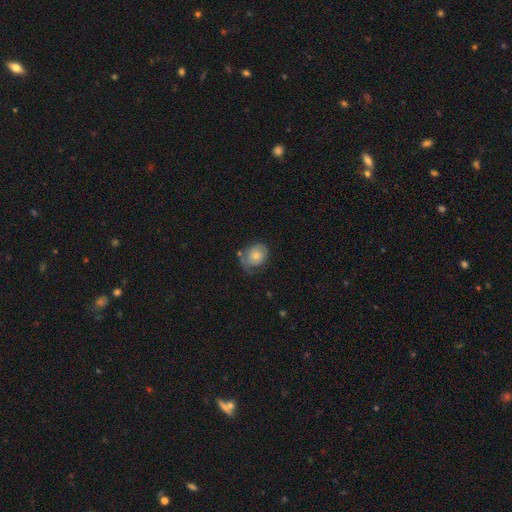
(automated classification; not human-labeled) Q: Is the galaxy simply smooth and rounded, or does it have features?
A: smooth — 66%.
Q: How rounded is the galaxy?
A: round — 61%.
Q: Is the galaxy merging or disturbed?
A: none — 51%.